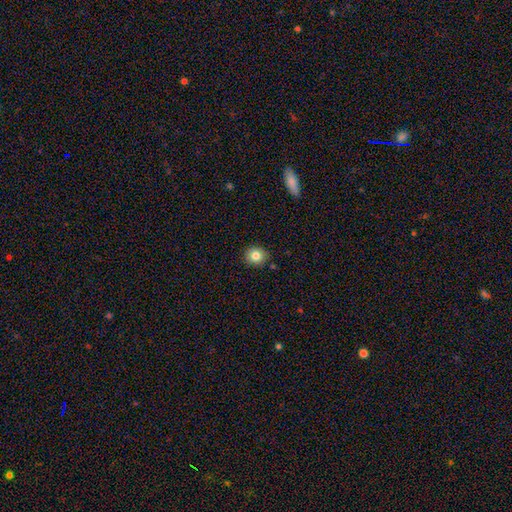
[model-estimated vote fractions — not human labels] Morphology: type=smooth (82%); roundness=round (86%); merging=none (89%).